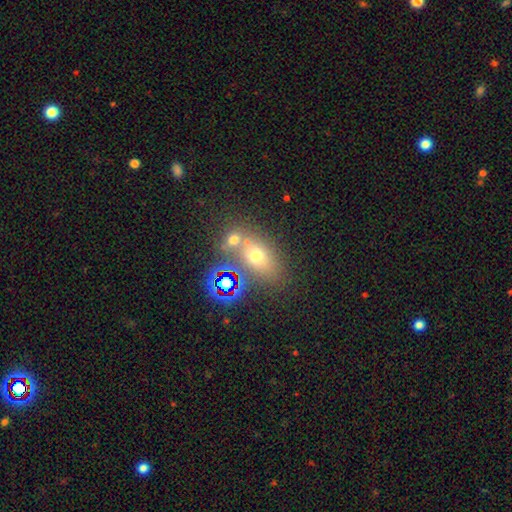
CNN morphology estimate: smooth_or_featured: smooth (p=0.59) [alt: star or artifact p=0.25]
how_rounded: in between (p=0.66) [alt: round p=0.31]
merging: none (p=0.55) [alt: merger p=0.28]